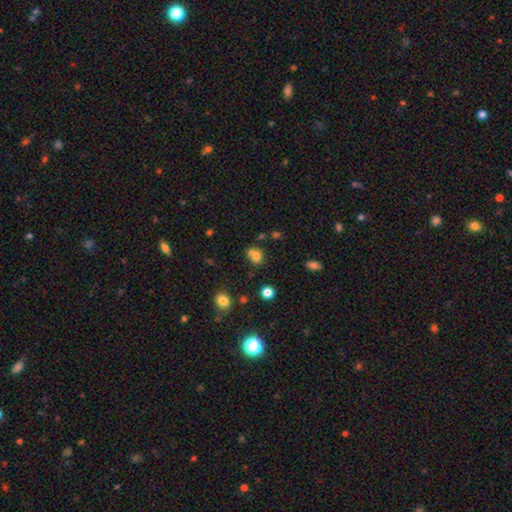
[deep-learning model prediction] Smooth or featured: smooth — 74% (star or artifact — 15%)
How rounded: round — 57% (in between — 42%)
Merging: merger — 46% (none — 38%)